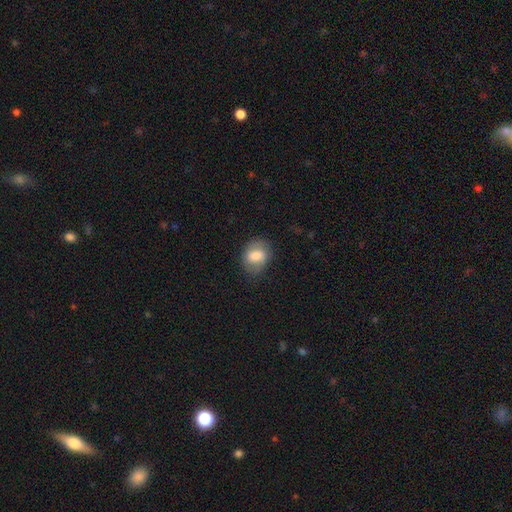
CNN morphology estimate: Smooth or featured? Predicted: smooth (p=0.69). How rounded? Predicted: in between (p=0.64). Merging? Predicted: none (p=0.68).